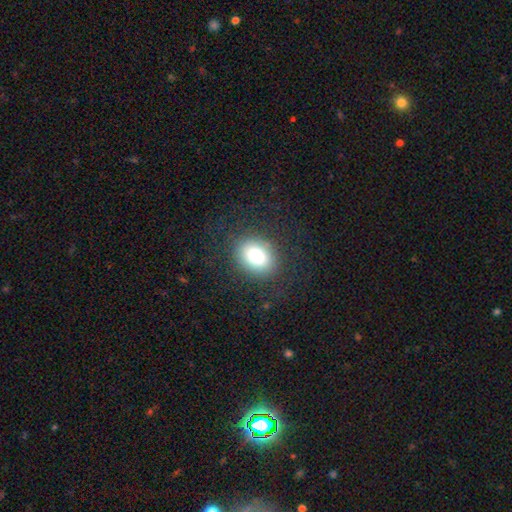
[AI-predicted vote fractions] Morphology: type=smooth (84%); roundness=in between (73%); merging=none (82%).